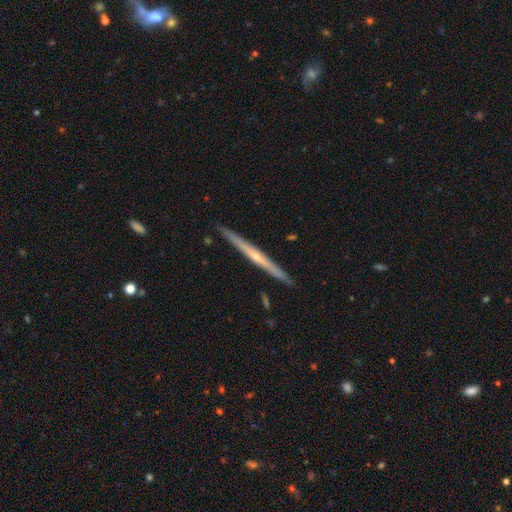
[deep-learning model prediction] featured or disk 75%, smooth 19%, star or artifact 5%. Down the decision tree: edge-on disk — yes (98%); edge-on bulge — rounded (64%); merging — none (92%).